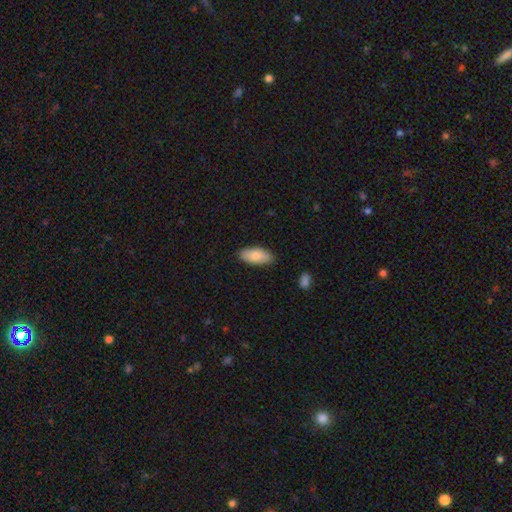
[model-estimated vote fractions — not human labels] A smooth galaxy with no disk features (83%) that is in between round and cigar-shaped (90%). Merging: none (85%).